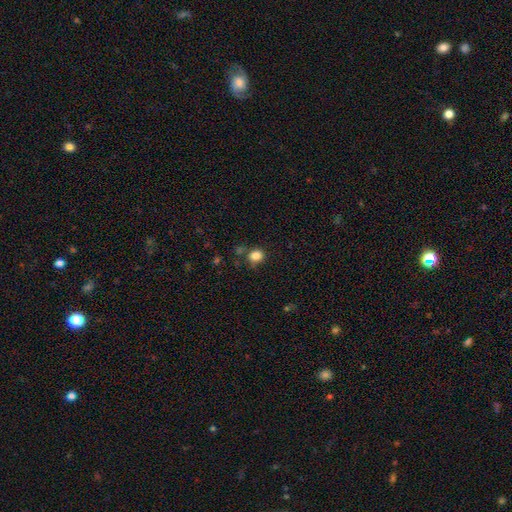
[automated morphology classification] smooth_or_featured: smooth (p=0.84) [alt: star or artifact p=0.12]
how_rounded: round (p=0.73) [alt: in between p=0.26]
merging: none (p=0.72) [alt: minor disturbance p=0.15]